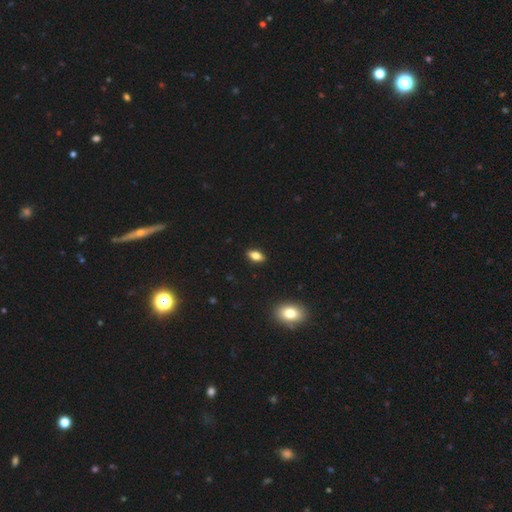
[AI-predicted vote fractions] smooth 74%, featured or disk 17%, star or artifact 9%. Down the decision tree: how rounded — in between (85%); merging — none (89%).